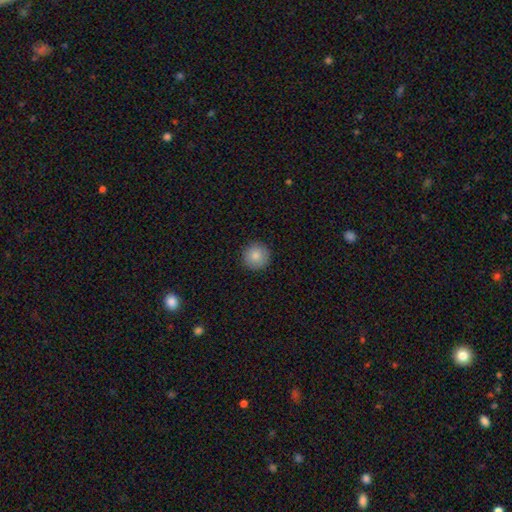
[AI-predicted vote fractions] Q: Smooth or featured?
A: smooth (85%); runner-up: star or artifact (8%)
Q: How rounded?
A: round (96%); runner-up: in between (3%)
Q: Merging?
A: none (92%); runner-up: minor disturbance (6%)